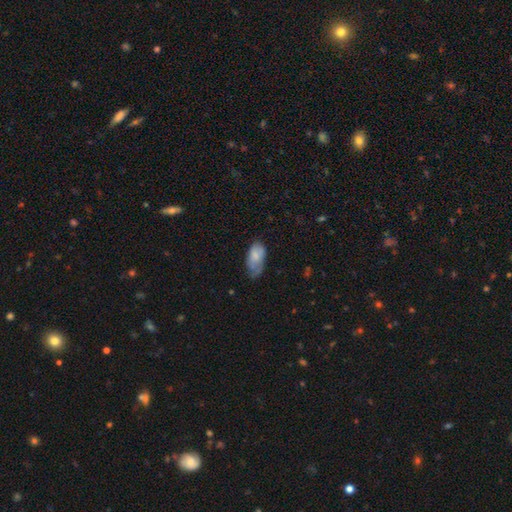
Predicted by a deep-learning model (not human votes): Smooth or featured: smooth — 72% (featured or disk — 21%)
How rounded: in between — 93% (cigar-shaped — 4%)
Merging: minor disturbance — 42% (none — 36%)